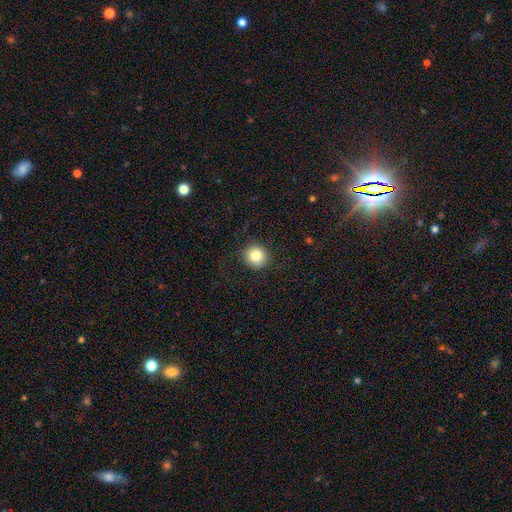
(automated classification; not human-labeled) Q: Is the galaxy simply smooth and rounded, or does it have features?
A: smooth — 83%.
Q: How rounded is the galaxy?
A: round — 93%.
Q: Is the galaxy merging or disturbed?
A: none — 91%.